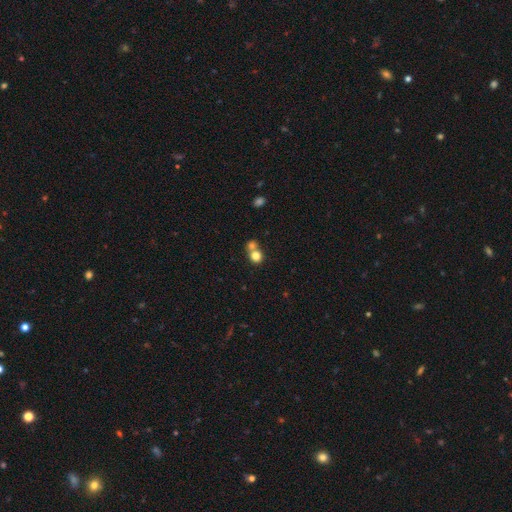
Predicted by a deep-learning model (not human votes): Q: Smooth or featured?
A: smooth (79%); runner-up: star or artifact (11%)
Q: How rounded?
A: round (83%); runner-up: in between (16%)
Q: Merging?
A: merger (50%); runner-up: none (42%)